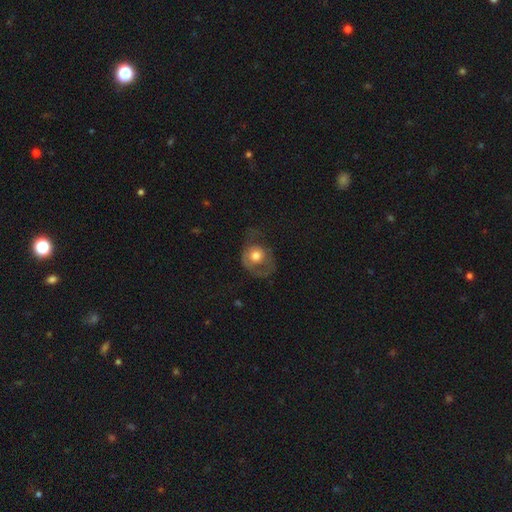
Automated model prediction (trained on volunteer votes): The model was most divided on "merging": major disturbance: 43%, none: 32%, minor disturbance: 23%, merger: 2%. More confident: how rounded — round (69%); smooth or featured — smooth (59%).